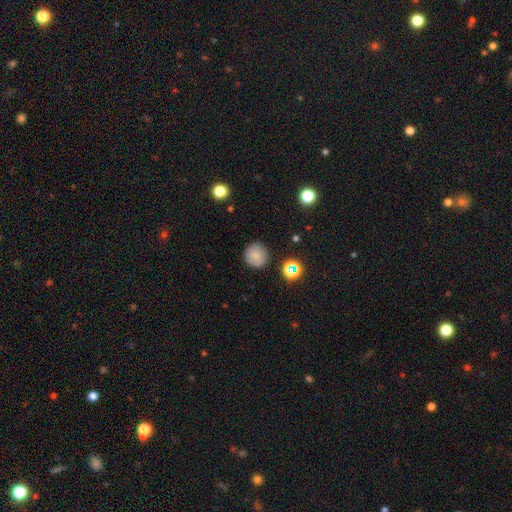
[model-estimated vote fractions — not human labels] This is likely a smooth galaxy (80%). How rounded: clearly round (94%). Merging: clearly none (88%).